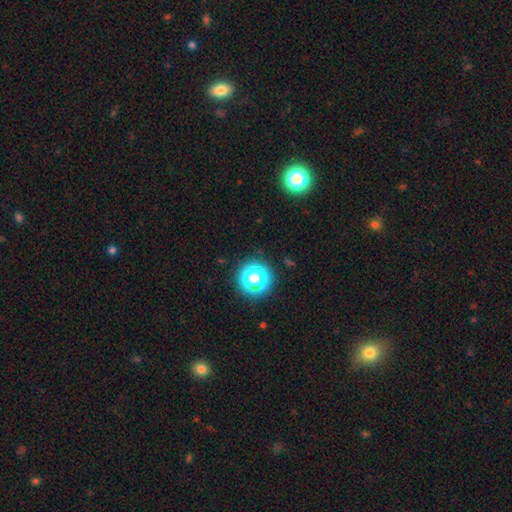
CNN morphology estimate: Smooth or featured: star or artifact — 71% (smooth — 22%)